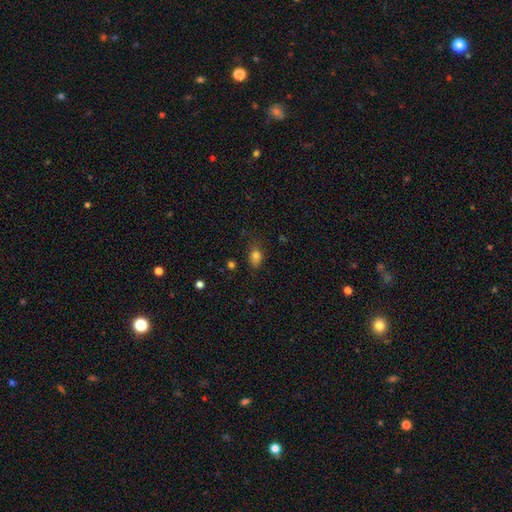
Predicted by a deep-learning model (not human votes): Smooth or featured? Predicted: smooth (p=0.80). How rounded? Predicted: in between (p=0.77). Merging? Predicted: none (p=0.71).